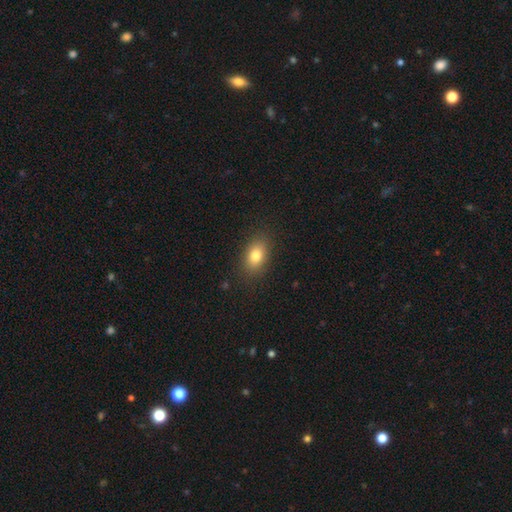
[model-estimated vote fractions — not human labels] smooth_or_featured: smooth (p=0.80) [alt: featured or disk p=0.10]
how_rounded: in between (p=0.81) [alt: round p=0.17]
merging: none (p=0.86) [alt: minor disturbance p=0.10]